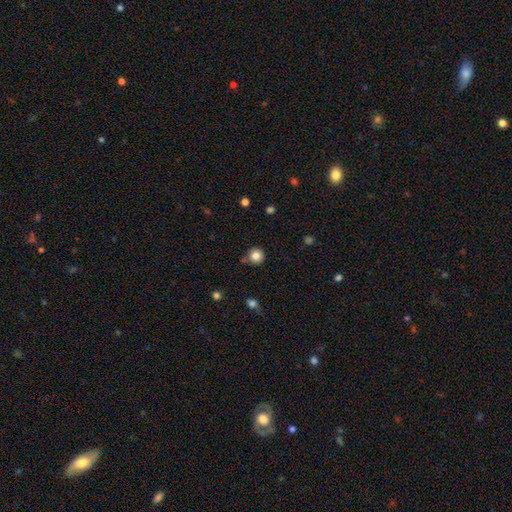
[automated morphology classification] The model was most divided on "merging": none: 78%, minor disturbance: 12%, merger: 7%, major disturbance: 3%. More confident: how rounded — round (93%); smooth or featured — smooth (82%).